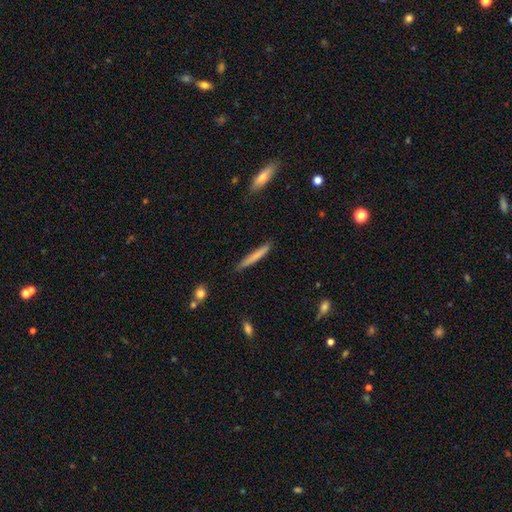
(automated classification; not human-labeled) The model was most divided on "smooth or featured": smooth: 71%, featured or disk: 24%, star or artifact: 6%. More confident: how rounded — cigar-shaped (96%); merging — none (87%).